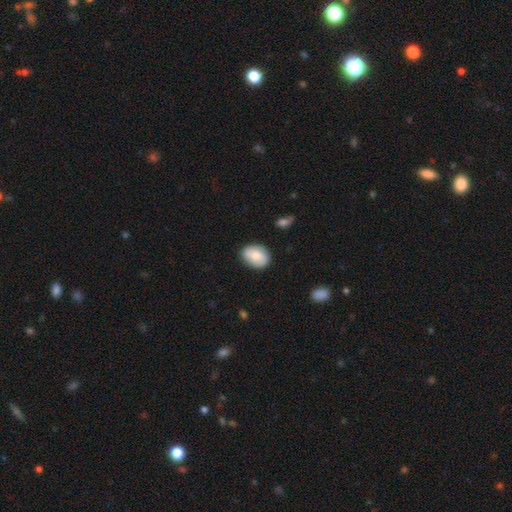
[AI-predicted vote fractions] This appears to be a smooth galaxy with no disk features (78%) that is in between round and cigar-shaped (66%). Merging: none (81%).